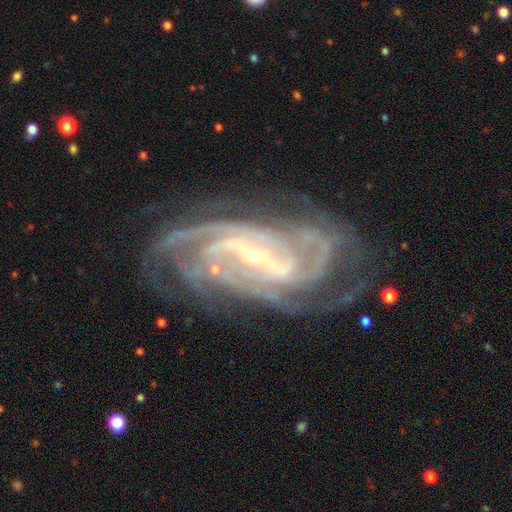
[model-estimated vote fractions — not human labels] featured or disk 92%, star or artifact 6%, smooth 3%. Down the decision tree: edge-on disk — no (96%); bar — strong (57%); spiral arms — yes (98%); spiral arm count — 4 (32%); spiral winding — tight (58%); bulge size — small (79%); merging — none (69%).